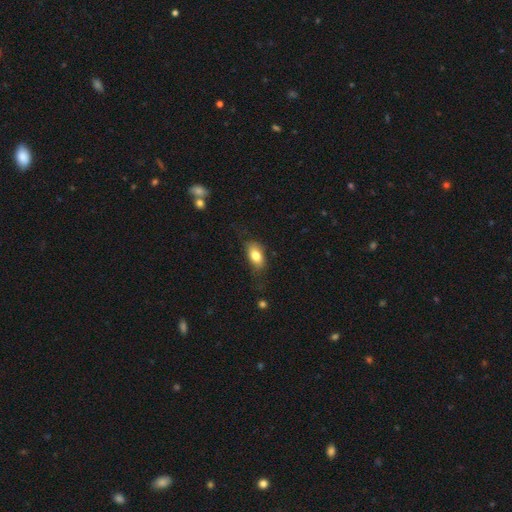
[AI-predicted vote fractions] This appears to be a smooth galaxy with no disk features (79%) that is in between round and cigar-shaped (88%). Merging: none (65%).